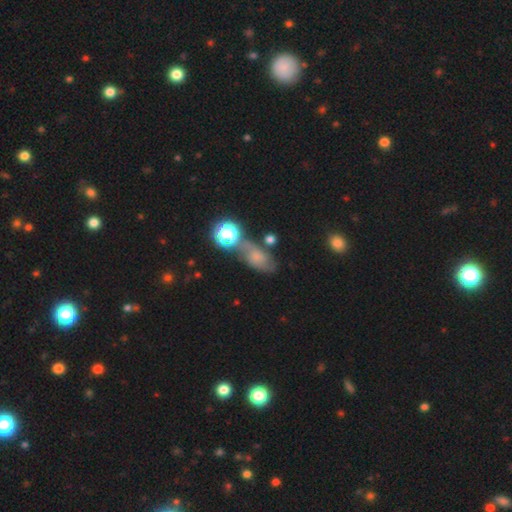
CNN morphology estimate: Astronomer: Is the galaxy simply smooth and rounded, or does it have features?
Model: smooth — 44% (runner-up: featured or disk, 36%).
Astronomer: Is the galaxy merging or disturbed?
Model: none — 45% (runner-up: minor disturbance, 23%).